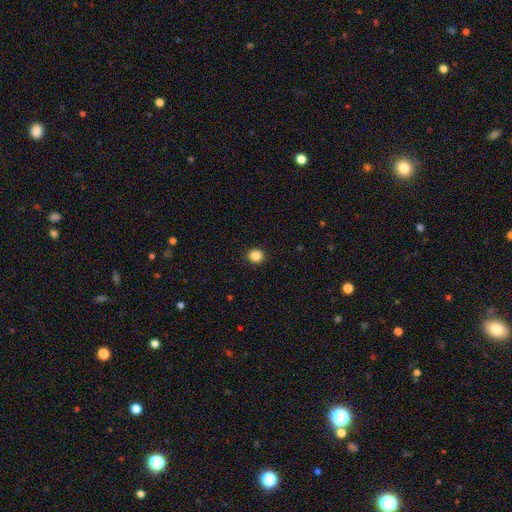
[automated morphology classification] Smooth or featured? smooth (86%)
How rounded? round (90%)
Merging? none (93%)